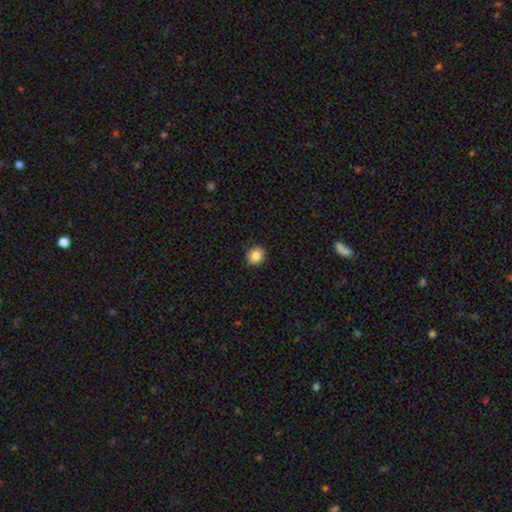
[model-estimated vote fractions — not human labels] A smooth galaxy with no disk features (86%) that is round (79%).

Vote fractions:
- Smooth or featured? smooth: 86% / star or artifact: 9% / featured or disk: 5%
- How rounded? round: 79% / in between: 20% / cigar-shaped: 1%
- Merging? none: 91% / minor disturbance: 6% / major disturbance: 2% / merger: 1%